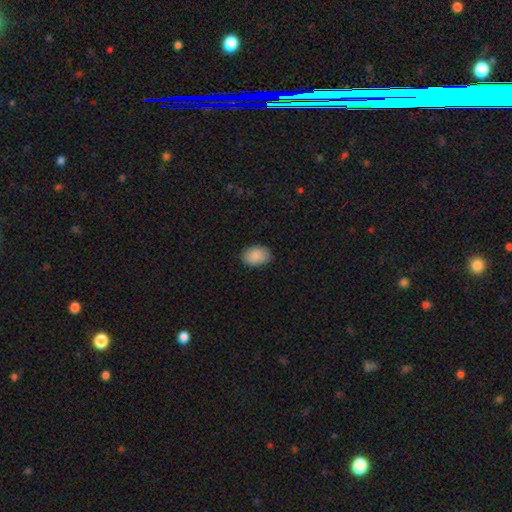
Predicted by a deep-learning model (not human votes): Overall: smooth (89%). How rounded: in between (81%). Merging: none (86%).